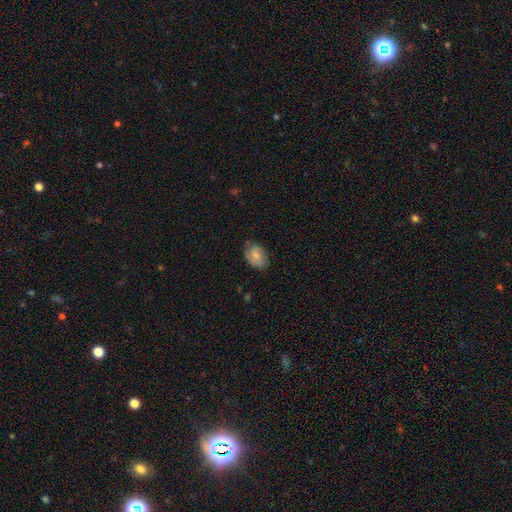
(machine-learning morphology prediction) smooth-or-featured: smooth: 70% | featured or disk: 23% | star or artifact: 7%
  how-rounded: in between: 80% | round: 18% | cigar-shaped: 1%
  merging: none: 70% | minor disturbance: 24% | major disturbance: 5% | merger: 1%